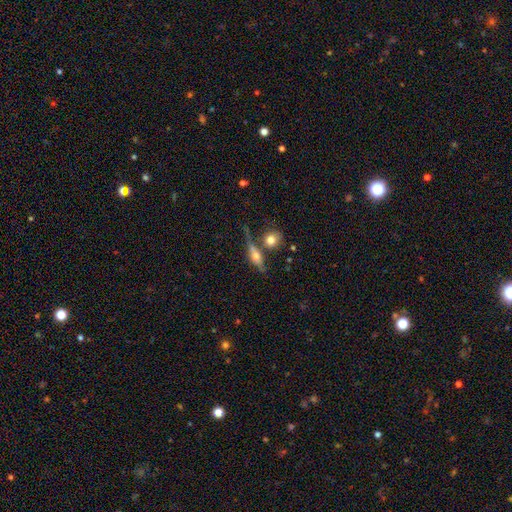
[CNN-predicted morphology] featured or disk 48%, smooth 43%, star or artifact 9%. Down the decision tree: merging — none (54%).